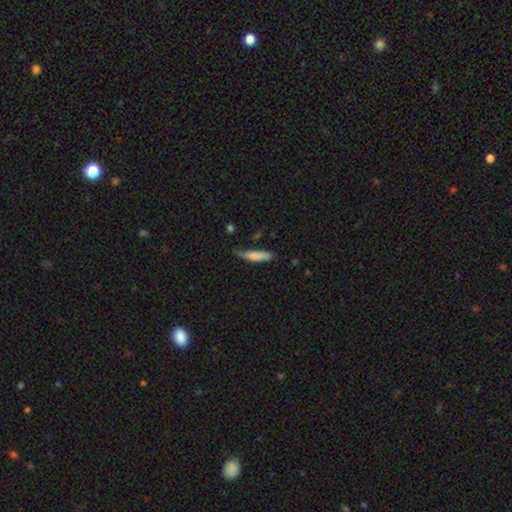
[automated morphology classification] smooth 77%, featured or disk 17%, star or artifact 6%. Down the decision tree: how rounded — cigar-shaped (76%); merging — none (53%).